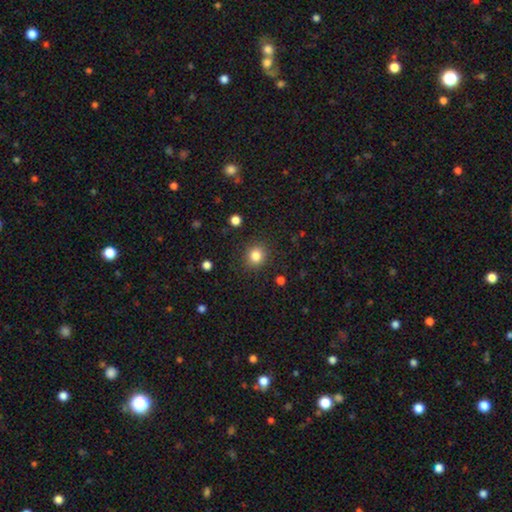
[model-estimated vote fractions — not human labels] The model was most divided on "how rounded": round: 81%, in between: 19%, cigar-shaped: 1%. More confident: merging — none (88%); smooth or featured — smooth (83%).